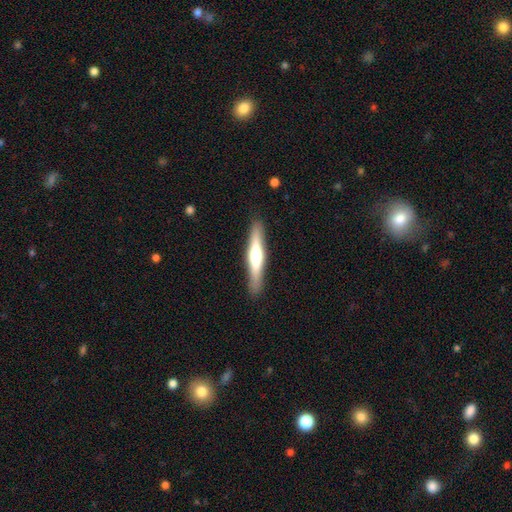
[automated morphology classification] A featured or disk galaxy (55%) viewed edge-on (95%) with a rounded central bulge (82%). Merging: none (89%).